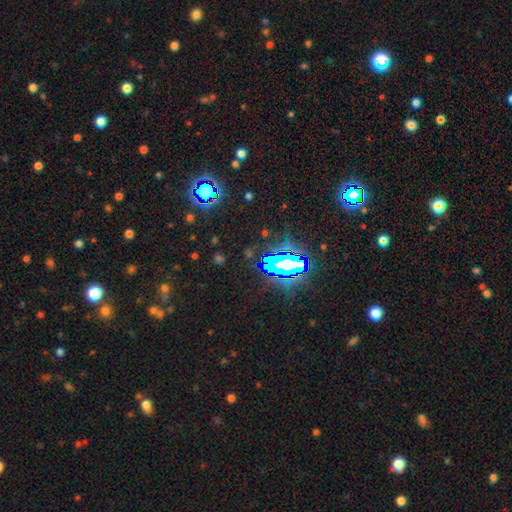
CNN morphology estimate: star or artifact 78%, smooth 13%, featured or disk 9%.